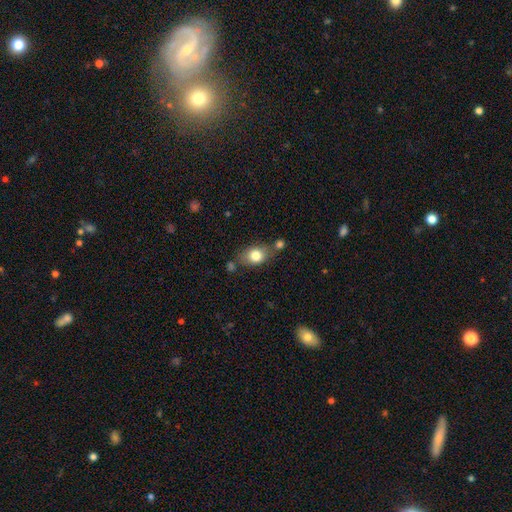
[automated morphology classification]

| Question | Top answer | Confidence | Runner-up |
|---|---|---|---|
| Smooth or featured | smooth | 79% | featured or disk (12%) |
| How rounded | in between | 65% | round (33%) |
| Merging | none | 59% | minor disturbance (18%) |